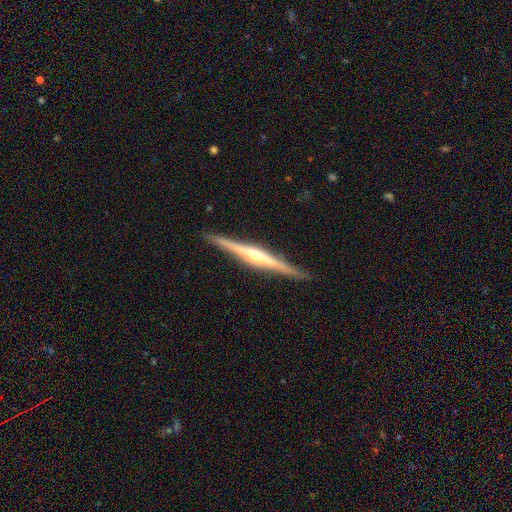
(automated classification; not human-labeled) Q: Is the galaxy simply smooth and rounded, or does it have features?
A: featured or disk — 84%.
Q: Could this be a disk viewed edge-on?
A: yes — 98%.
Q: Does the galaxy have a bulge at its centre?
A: rounded — 89%.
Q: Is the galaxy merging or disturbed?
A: none — 91%.